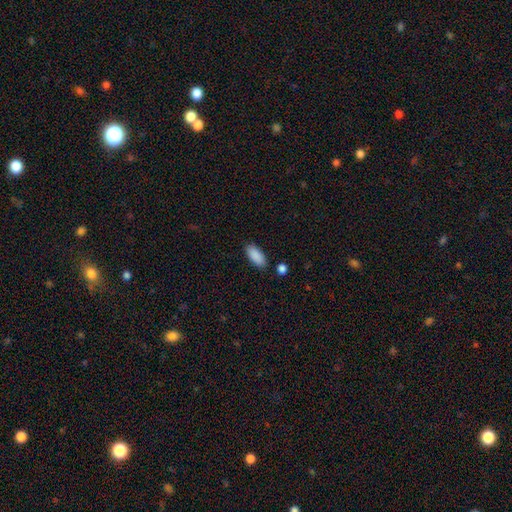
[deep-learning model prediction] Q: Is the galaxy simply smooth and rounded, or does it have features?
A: smooth — 90%.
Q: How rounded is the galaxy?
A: in between — 86%.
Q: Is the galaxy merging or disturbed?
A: none — 85%.